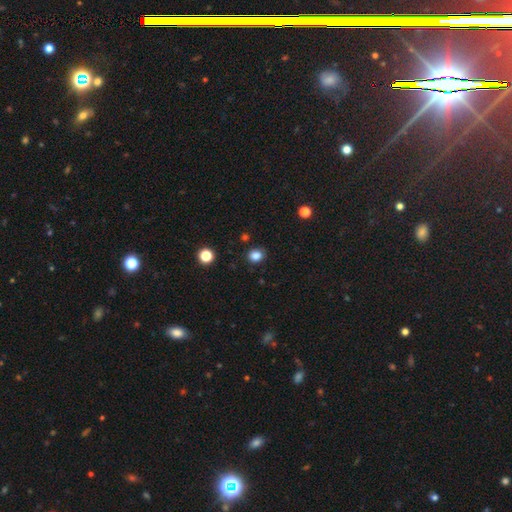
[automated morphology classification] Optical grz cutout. It shows a smooth galaxy with no disk features (84%) that is round (69%). Merging: none (85%).